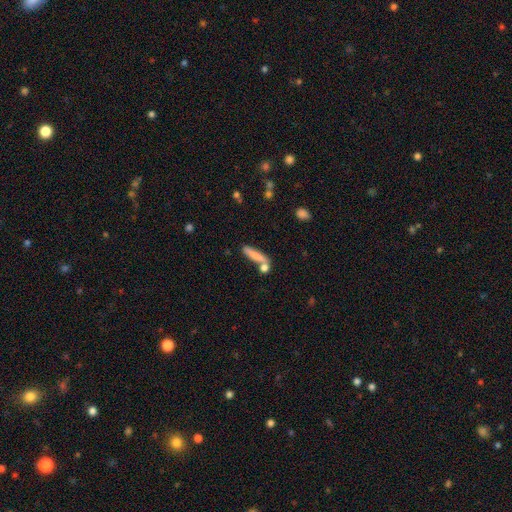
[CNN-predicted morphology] smooth_or_featured: smooth (p=0.76) [alt: featured or disk p=0.17]
how_rounded: cigar-shaped (p=0.81) [alt: in between p=0.16]
merging: none (p=0.62) [alt: merger p=0.19]